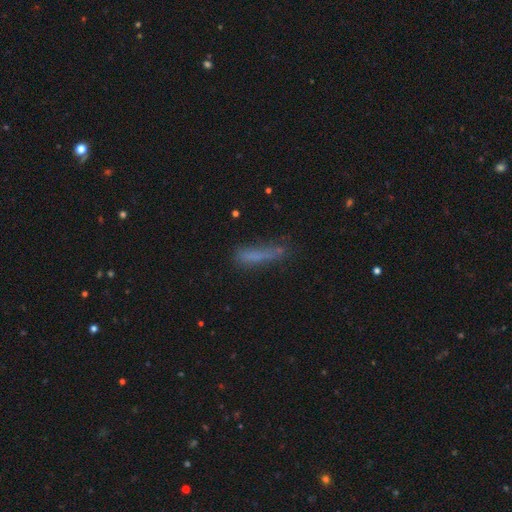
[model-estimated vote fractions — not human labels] This is likely a smooth galaxy (68%). How rounded: clearly cigar-shaped (81%). Merging: possibly none (55%).